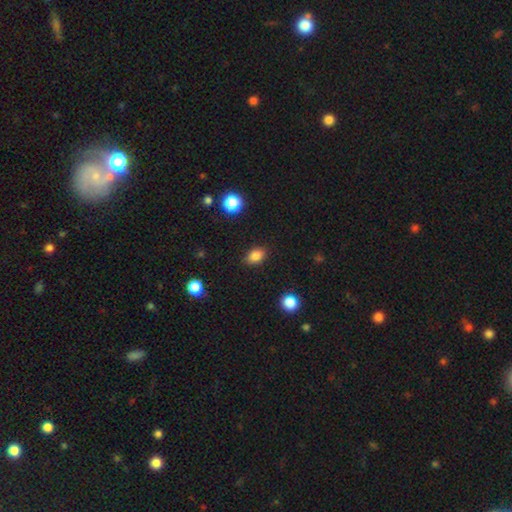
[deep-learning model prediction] Morphology: type=smooth (84%); roundness=in between (78%); merging=none (85%).